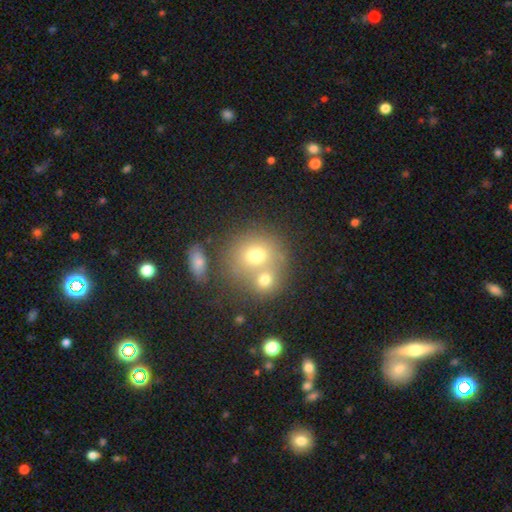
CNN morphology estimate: This is likely a smooth galaxy (69%). How rounded: likely round (80%). Merging: possibly merger (47%).